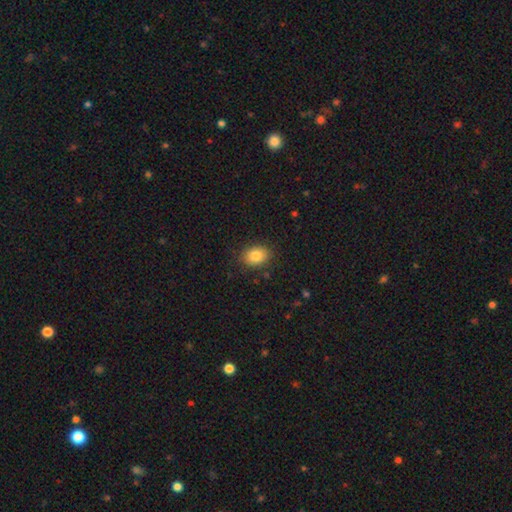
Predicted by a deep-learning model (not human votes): smooth 84%, star or artifact 9%, featured or disk 7%. Down the decision tree: how rounded — in between (67%); merging — none (85%).